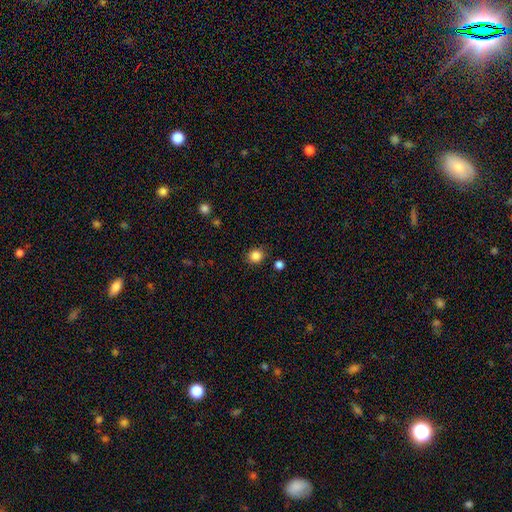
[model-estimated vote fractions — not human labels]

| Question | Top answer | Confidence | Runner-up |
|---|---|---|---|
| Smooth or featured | smooth | 85% | star or artifact (11%) |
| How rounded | round | 86% | in between (13%) |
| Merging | none | 86% | minor disturbance (9%) |